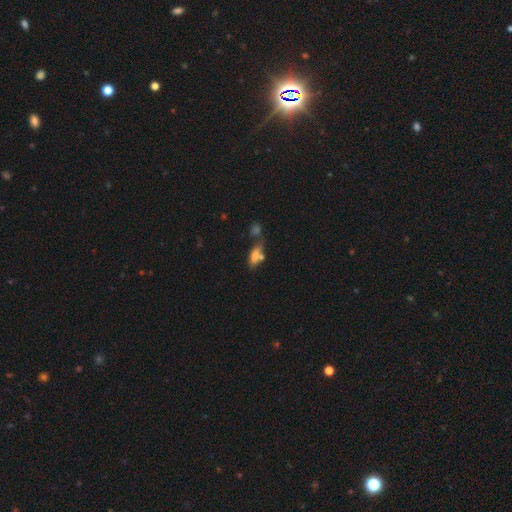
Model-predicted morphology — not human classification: The model was most divided on "merging": none: 41%, merger: 33%, minor disturbance: 17%, major disturbance: 9%. More confident: how rounded — in between (70%); smooth or featured — smooth (66%).